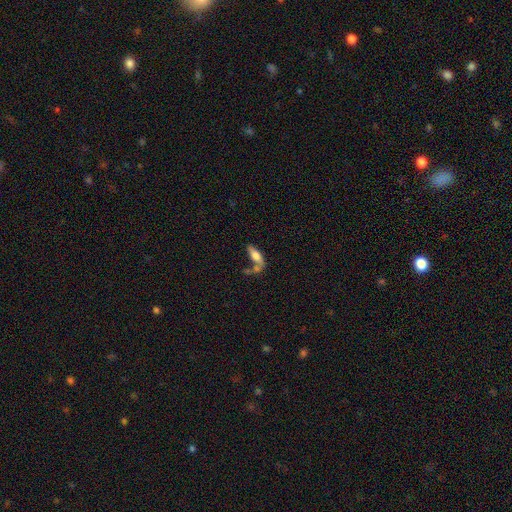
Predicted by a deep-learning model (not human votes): This appears to be a smooth galaxy with no disk features (66%) that is in between round and cigar-shaped (68%). Merging: merger (36%).